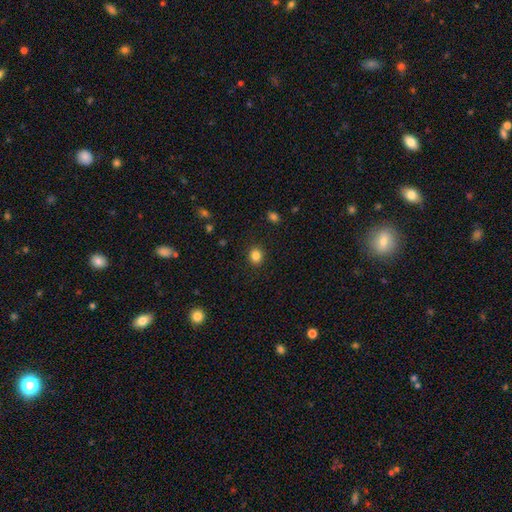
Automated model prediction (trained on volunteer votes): Smooth or featured?
  - smooth: 84% *
  - star or artifact: 11%
  - featured or disk: 5%
How rounded?
  - round: 74% *
  - in between: 25%
  - cigar-shaped: 1%
Merging?
  - none: 90% *
  - minor disturbance: 7%
  - major disturbance: 2%
  - merger: 1%